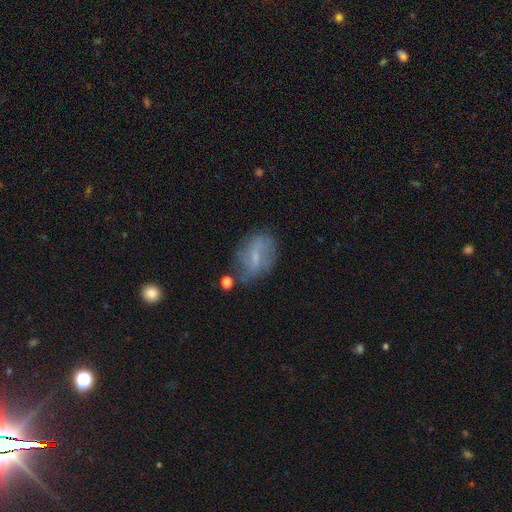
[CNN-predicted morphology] Smooth or featured: featured or disk — 55% (smooth — 35%)
Edge-on disk: no — 93% (yes — 7%)
Bar: weak — 49% (strong — 27%)
Spiral arms: yes — 61% (no — 39%)
Bulge size: small — 55% (none — 27%)
Merging: none — 60% (minor disturbance — 24%)